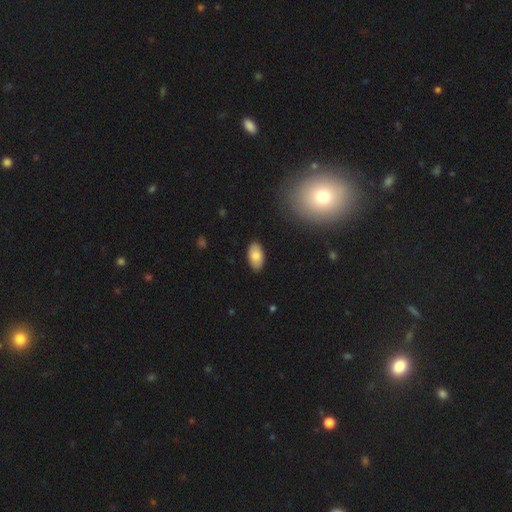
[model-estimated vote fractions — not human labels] Overall: smooth (81%). How rounded: in between (95%). Merging: none (87%).